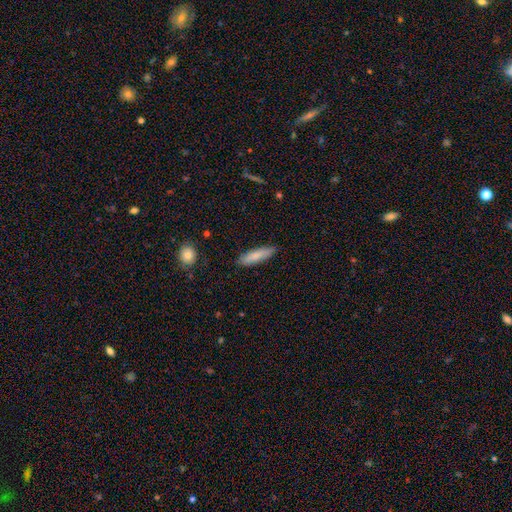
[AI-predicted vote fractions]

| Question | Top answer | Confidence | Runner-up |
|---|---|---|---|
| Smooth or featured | smooth | 81% | featured or disk (13%) |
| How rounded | cigar-shaped | 75% | in between (24%) |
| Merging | none | 86% | minor disturbance (11%) |